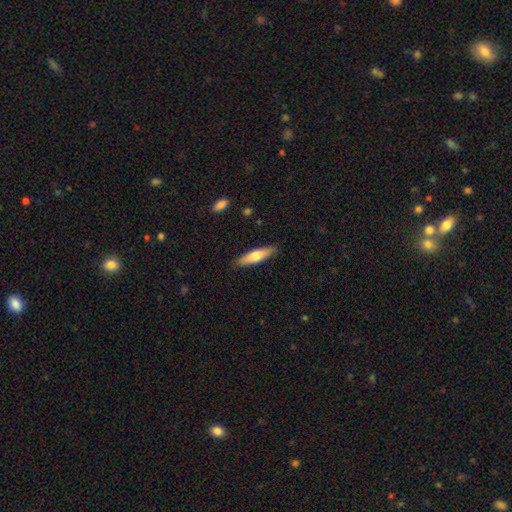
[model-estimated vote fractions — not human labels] The model was most divided on "smooth or featured": smooth: 61%, featured or disk: 34%, star or artifact: 6%. More confident: merging — none (88%); how rounded — cigar-shaped (71%).